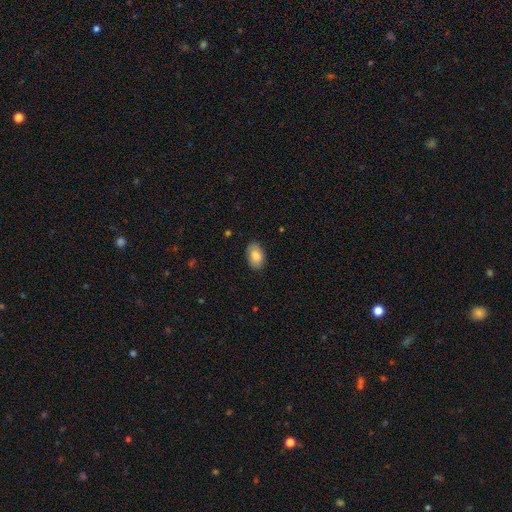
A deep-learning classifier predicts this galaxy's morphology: This is clearly a smooth galaxy (84%). How rounded: clearly in between (91%). Merging: clearly none (85%).